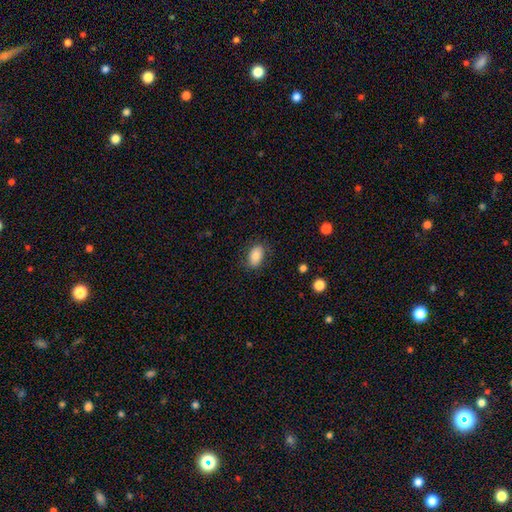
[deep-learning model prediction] This is clearly a smooth galaxy (85%). How rounded: clearly in between (91%). Merging: clearly none (81%).